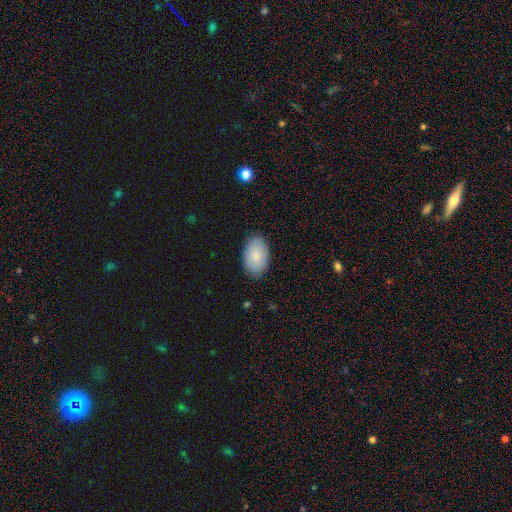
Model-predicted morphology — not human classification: A smooth galaxy with no disk features (82%) that is in between round and cigar-shaped (92%). Merging: none (85%).